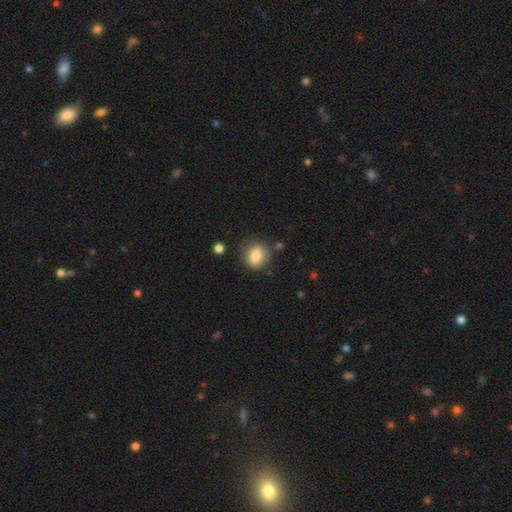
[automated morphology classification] Smooth or featured? Predicted: smooth (p=0.80). How rounded? Predicted: round (p=0.71). Merging? Predicted: none (p=0.78).